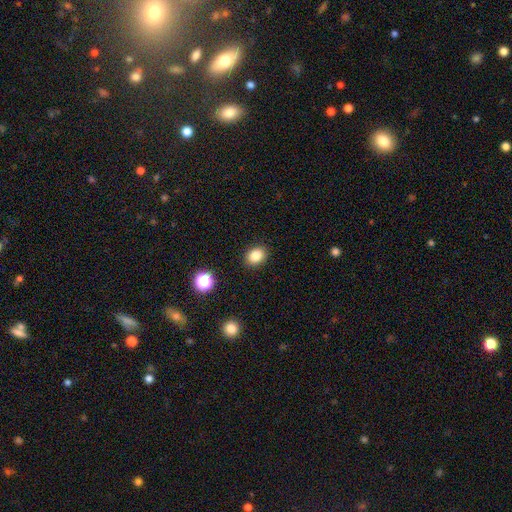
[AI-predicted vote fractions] Smooth or featured: smooth — 83% (star or artifact — 11%)
How rounded: in between — 53% (round — 46%)
Merging: none — 90% (minor disturbance — 7%)